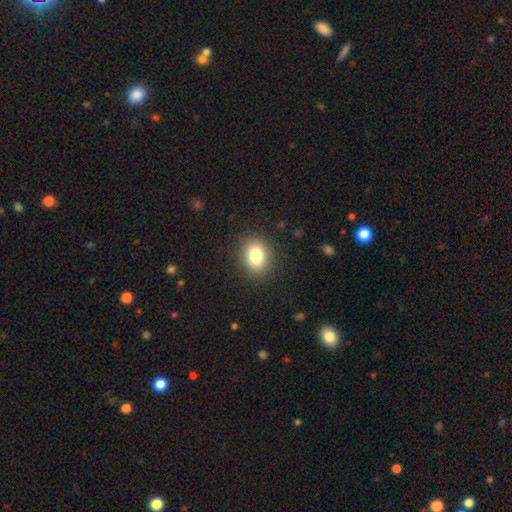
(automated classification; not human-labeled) Smooth or featured?
  - smooth: 83% *
  - star or artifact: 10%
  - featured or disk: 7%
How rounded?
  - in between: 53% *
  - round: 46%
  - cigar-shaped: 1%
Merging?
  - none: 88% *
  - minor disturbance: 8%
  - major disturbance: 3%
  - merger: 1%